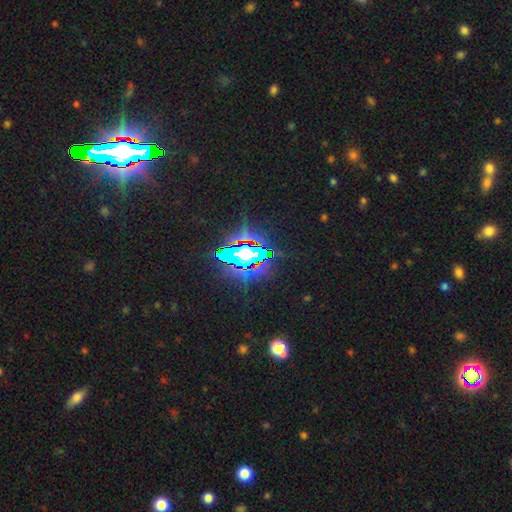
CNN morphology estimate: The model was most divided on "smooth or featured": star or artifact: 71%, smooth: 16%, featured or disk: 13%.